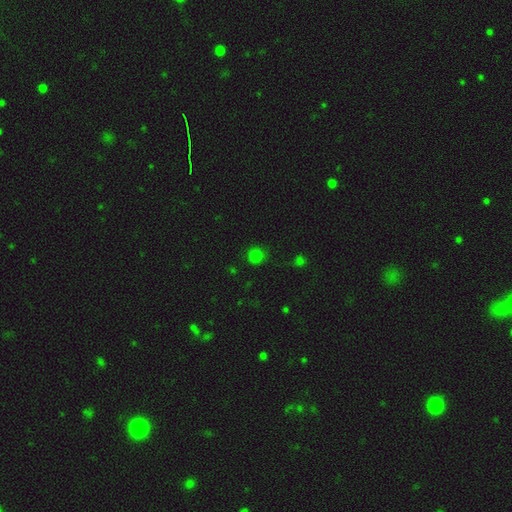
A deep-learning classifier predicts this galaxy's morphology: Smooth or featured? smooth (78%)
How rounded? round (92%)
Merging? none (86%)